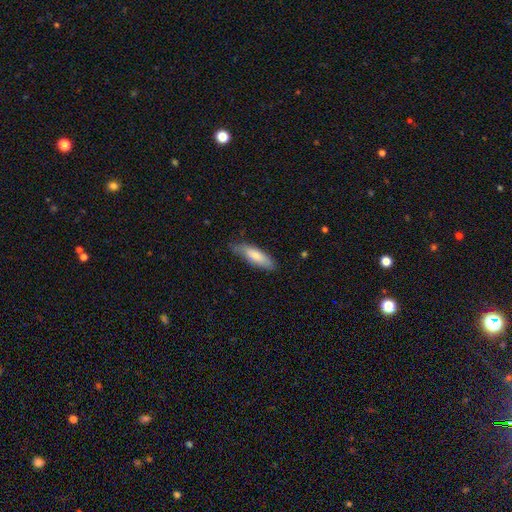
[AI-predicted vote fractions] smooth-or-featured: smooth: 75% | featured or disk: 20% | star or artifact: 6%
  how-rounded: cigar-shaped: 51% | in between: 47% | round: 1%
  merging: none: 71% | minor disturbance: 24% | major disturbance: 4% | merger: 1%